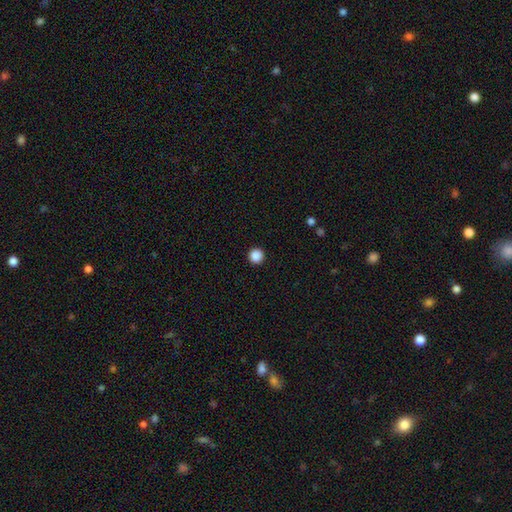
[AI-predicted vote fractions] This is clearly a smooth galaxy (88%). How rounded: clearly round (96%). Merging: clearly none (93%).